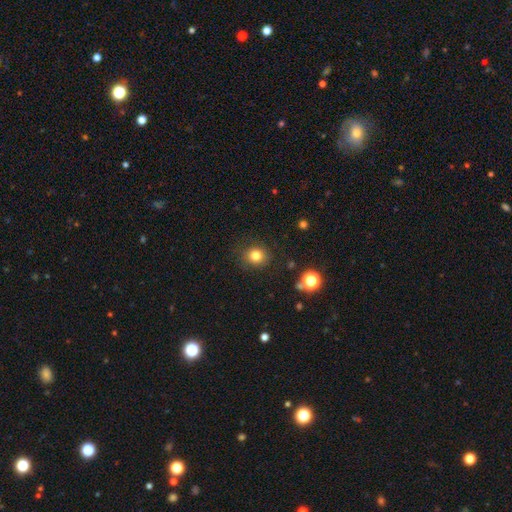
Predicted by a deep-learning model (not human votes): Q: Smooth or featured?
A: smooth (81%); runner-up: star or artifact (13%)
Q: How rounded?
A: round (83%); runner-up: in between (16%)
Q: Merging?
A: none (87%); runner-up: minor disturbance (9%)